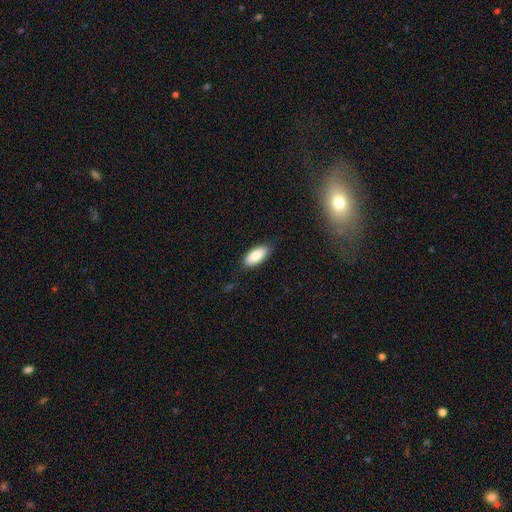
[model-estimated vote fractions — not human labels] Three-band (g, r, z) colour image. It shows a smooth galaxy with no disk features (83%) that is in between round and cigar-shaped (89%). Merging: none (85%).